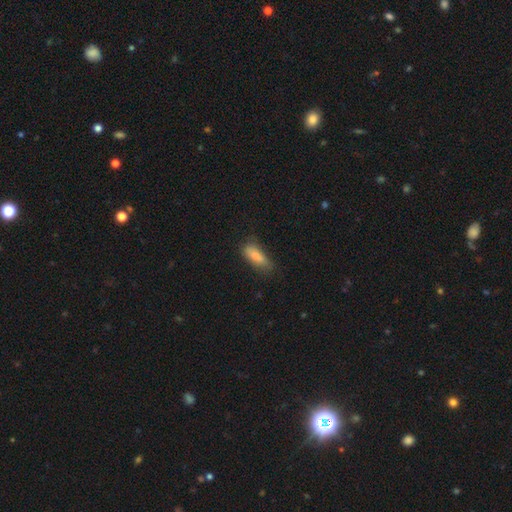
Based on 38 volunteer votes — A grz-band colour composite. It shows a smooth galaxy with no disk features (87%) that is in between round and cigar-shaped (76%). Merging: minor disturbance (47%).